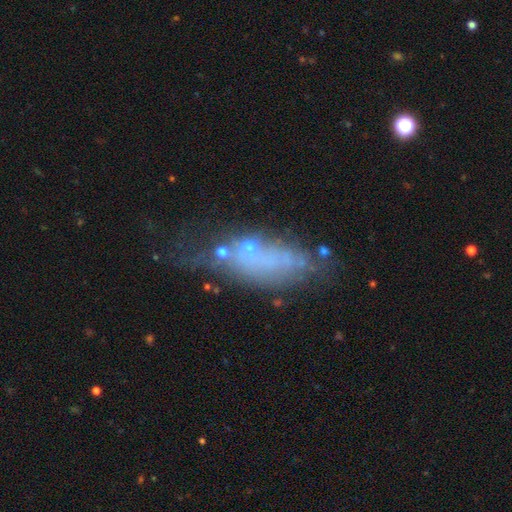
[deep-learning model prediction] Smooth or featured? Predicted: smooth (p=0.44). Merging? Predicted: none (p=0.37).